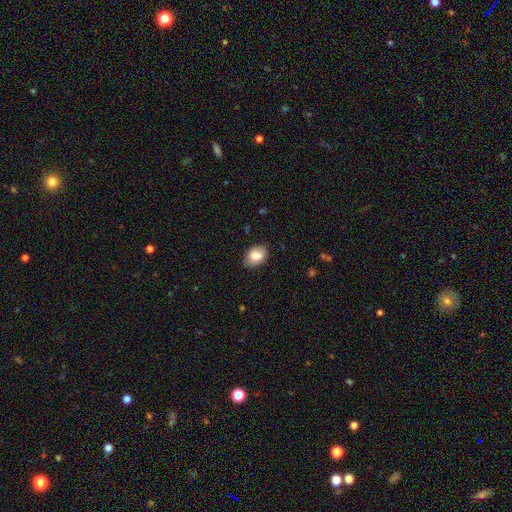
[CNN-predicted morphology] This appears to be a smooth galaxy with no disk features (81%) that is in between round and cigar-shaped (85%). Merging: none (81%).